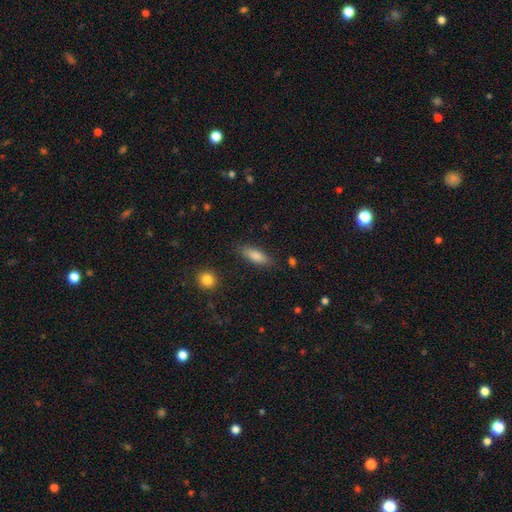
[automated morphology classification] Smooth or featured?
  - smooth: 82% *
  - featured or disk: 11%
  - star or artifact: 7%
How rounded?
  - in between: 60% *
  - cigar-shaped: 38%
  - round: 2%
Merging?
  - none: 81% *
  - minor disturbance: 13%
  - major disturbance: 3%
  - merger: 2%